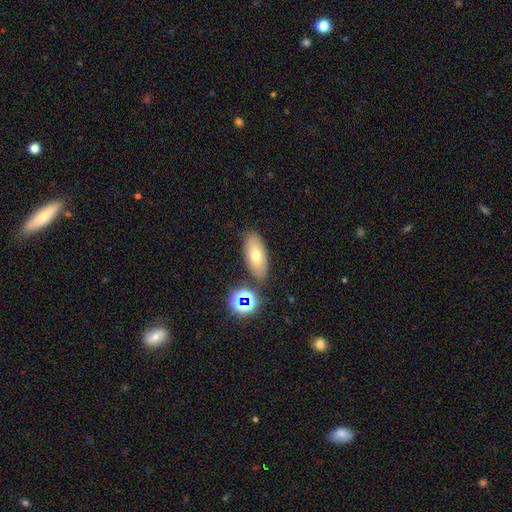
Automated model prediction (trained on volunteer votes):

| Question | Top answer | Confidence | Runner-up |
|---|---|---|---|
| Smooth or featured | smooth | 66% | featured or disk (22%) |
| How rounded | in between | 83% | cigar-shaped (11%) |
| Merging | none | 81% | minor disturbance (11%) |